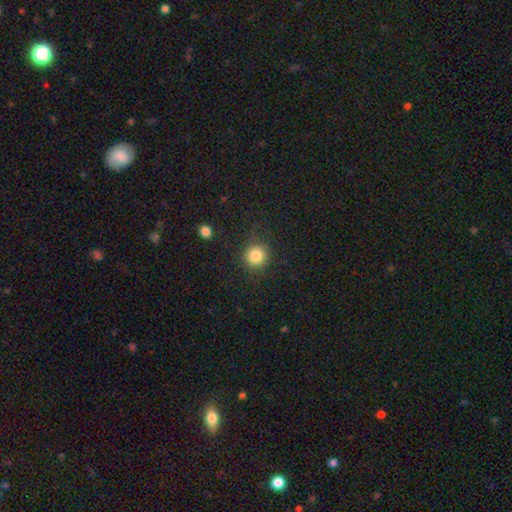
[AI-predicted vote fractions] A smooth galaxy with no disk features (84%) that is round (91%).

Vote fractions:
- Smooth or featured? smooth: 84% / star or artifact: 11% / featured or disk: 5%
- How rounded? round: 91% / in between: 8% / cigar-shaped: 1%
- Merging? none: 85% / minor disturbance: 10% / major disturbance: 4% / merger: 2%